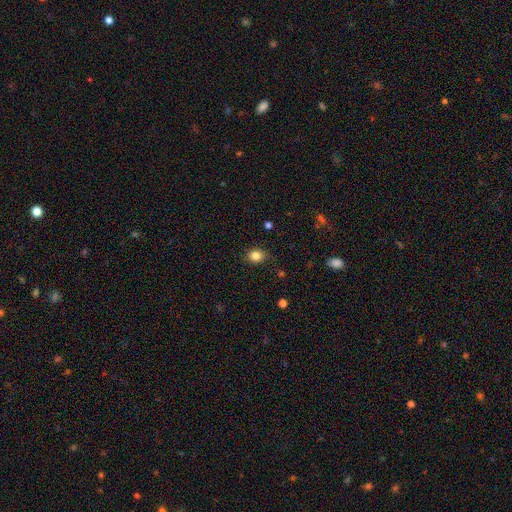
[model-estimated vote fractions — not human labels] Smooth or featured?
  - smooth: 84% *
  - star or artifact: 11%
  - featured or disk: 5%
How rounded?
  - round: 57% *
  - in between: 42%
  - cigar-shaped: 1%
Merging?
  - none: 84% *
  - minor disturbance: 12%
  - major disturbance: 3%
  - merger: 1%